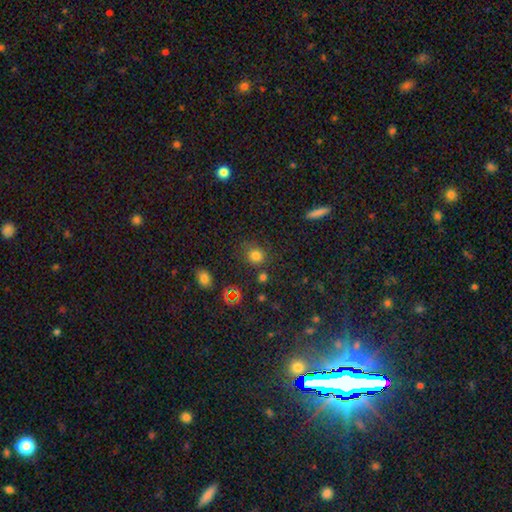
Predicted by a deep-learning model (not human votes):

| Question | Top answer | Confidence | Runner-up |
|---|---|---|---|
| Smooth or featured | smooth | 75% | star or artifact (18%) |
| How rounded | round | 82% | in between (17%) |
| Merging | none | 74% | minor disturbance (14%) |